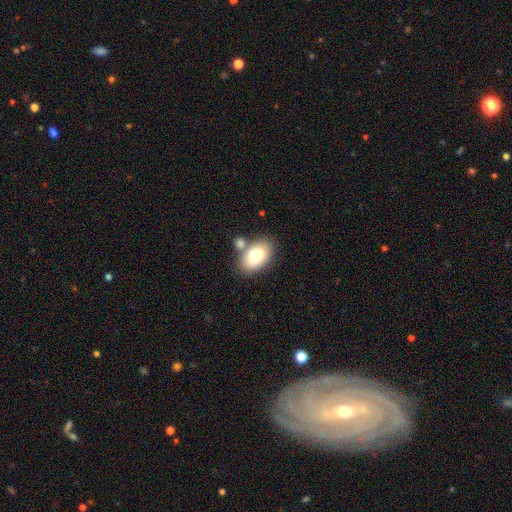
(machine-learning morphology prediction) smooth-or-featured: smooth: 81% | featured or disk: 12% | star or artifact: 7%
  how-rounded: in between: 90% | round: 8% | cigar-shaped: 1%
  merging: none: 61% | merger: 20% | minor disturbance: 14% | major disturbance: 4%